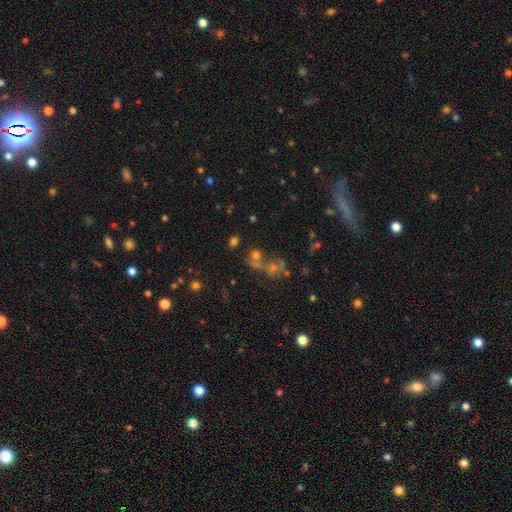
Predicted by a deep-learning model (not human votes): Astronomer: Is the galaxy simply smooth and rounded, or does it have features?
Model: smooth — 40%, tied with star or artifact at 40%.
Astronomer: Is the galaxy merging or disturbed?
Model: none — 46% (runner-up: merger, 35%).